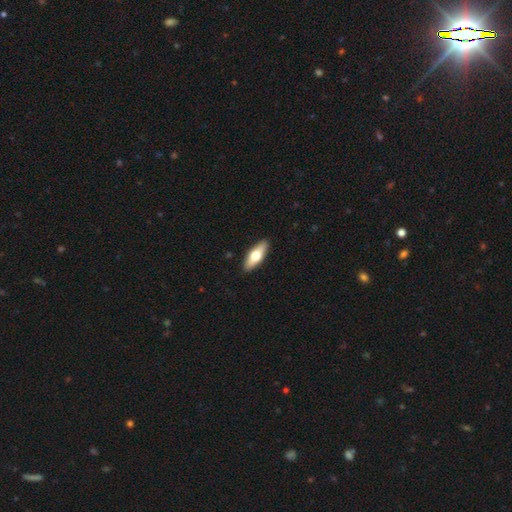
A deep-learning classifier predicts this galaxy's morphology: A smooth galaxy with no disk features (59%) that is in between round and cigar-shaped (64%). Merging: none (91%).